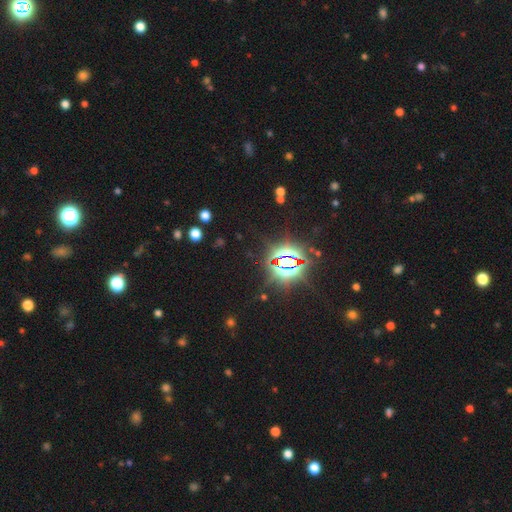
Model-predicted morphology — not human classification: type=star or artifact (84%).